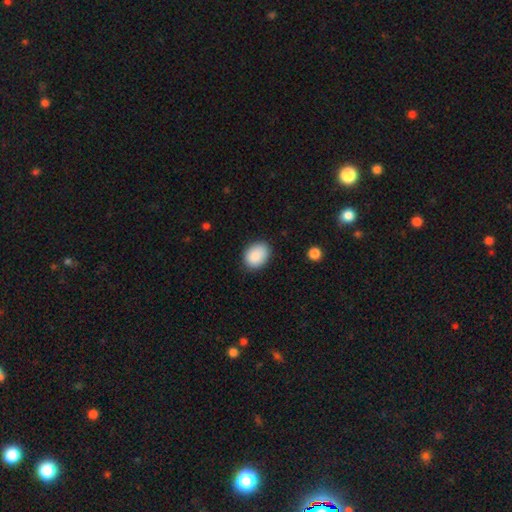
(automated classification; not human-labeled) Overall: smooth (88%). How rounded: in between (63%; round 36%). Merging: none (83%).